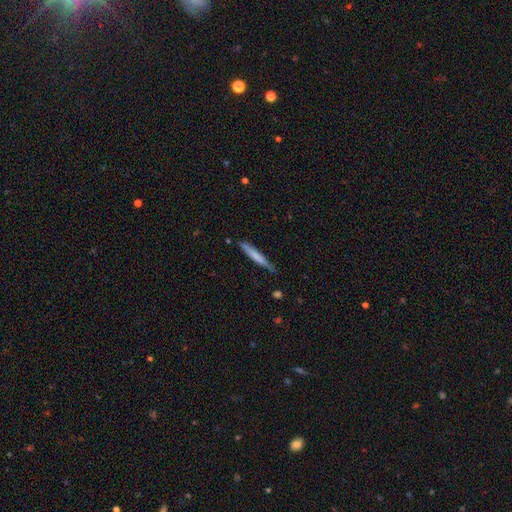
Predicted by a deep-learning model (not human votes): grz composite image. It shows a smooth galaxy with no disk features (60%) that is cigar-shaped (95%). Merging: none (81%).